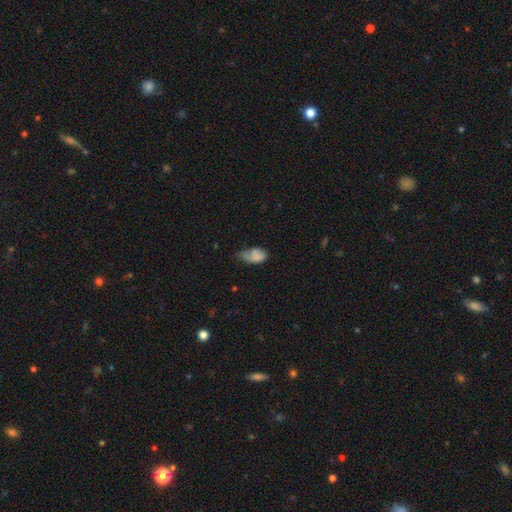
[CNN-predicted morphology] Overall: smooth (74%). How rounded: in between (91%). Merging: minor disturbance (43%; none 28%).